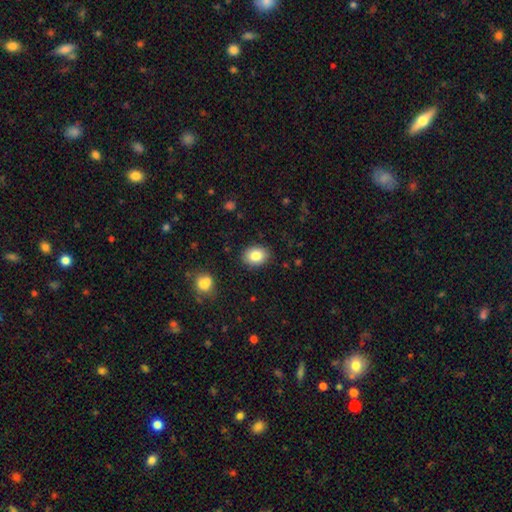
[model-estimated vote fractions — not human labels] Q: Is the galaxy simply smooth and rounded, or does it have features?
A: smooth — 84%.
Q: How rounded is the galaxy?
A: in between — 56%.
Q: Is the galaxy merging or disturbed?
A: none — 88%.